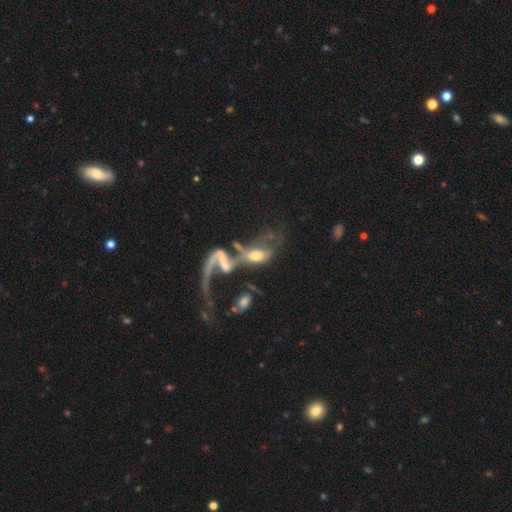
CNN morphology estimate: Smooth or featured: featured or disk — 61% (smooth — 28%)
Edge-on disk: no — 90% (yes — 10%)
Bar: no — 53% (weak — 29%)
Spiral arms: yes — 55% (no — 45%)
Bulge size: moderate — 42% (small — 26%)
Merging: merger — 60% (major disturbance — 22%)